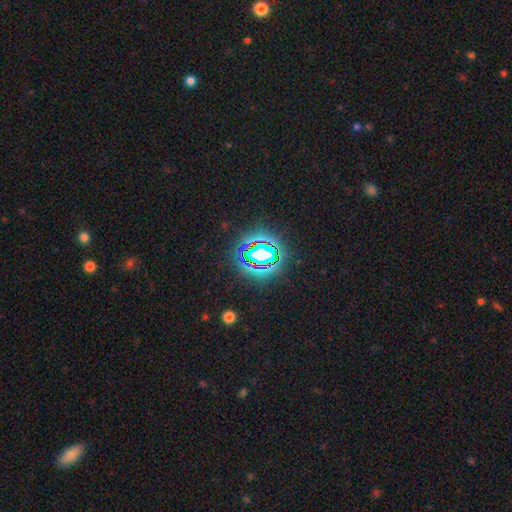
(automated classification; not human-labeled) A star or artifact, not a galaxy (74%).